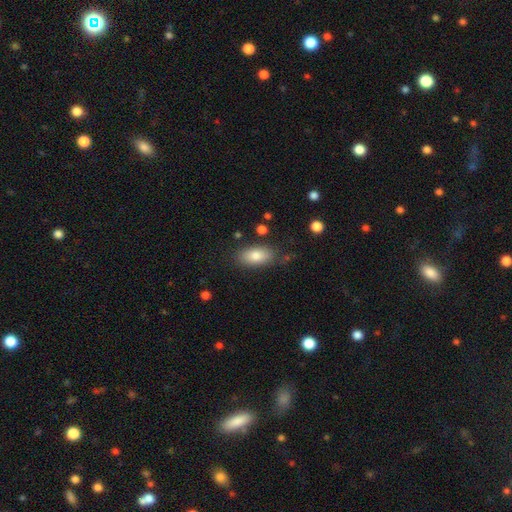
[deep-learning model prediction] A smooth galaxy with no disk features (81%) that is in between round and cigar-shaped (90%).

Vote fractions:
- Smooth or featured? smooth: 81% / featured or disk: 11% / star or artifact: 7%
- How rounded? in between: 90% / cigar-shaped: 6% / round: 4%
- Merging? none: 80% / minor disturbance: 13% / major disturbance: 4% / merger: 3%